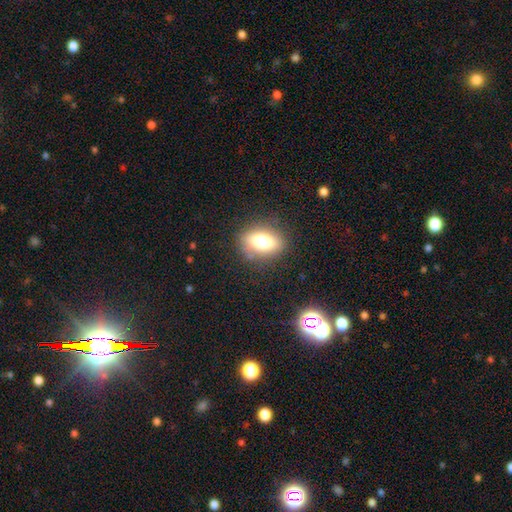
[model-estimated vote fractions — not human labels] The model was most divided on "smooth or featured": smooth: 55%, star or artifact: 24%, featured or disk: 21%. More confident: merging — none (87%); how rounded — in between (72%).